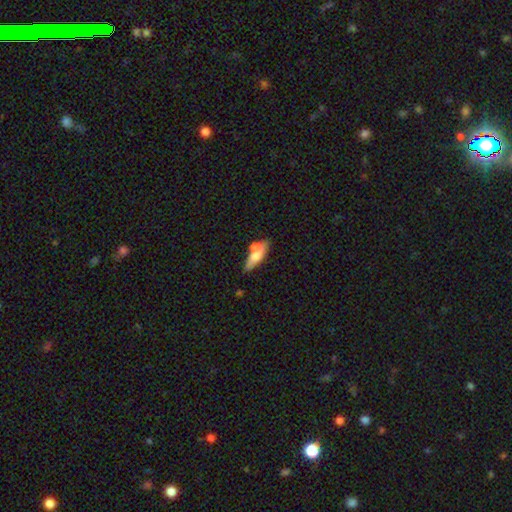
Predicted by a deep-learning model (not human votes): Morphology: type=smooth (64%); roundness=in between (56%); merging=none (51%).